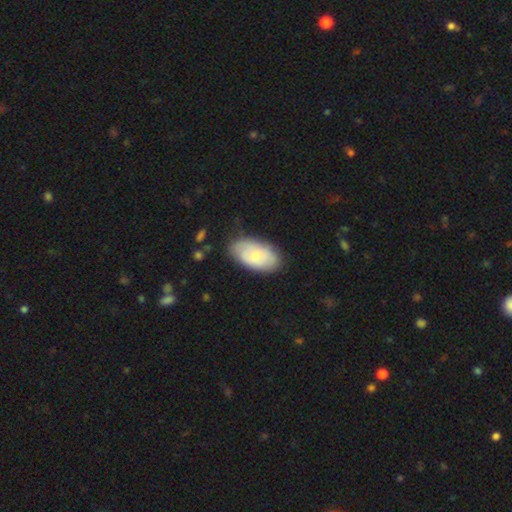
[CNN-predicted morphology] smooth_or_featured: smooth (p=0.55) [alt: featured or disk p=0.39]
how_rounded: in between (p=0.93) [alt: round p=0.05]
merging: none (p=0.74) [alt: minor disturbance p=0.20]